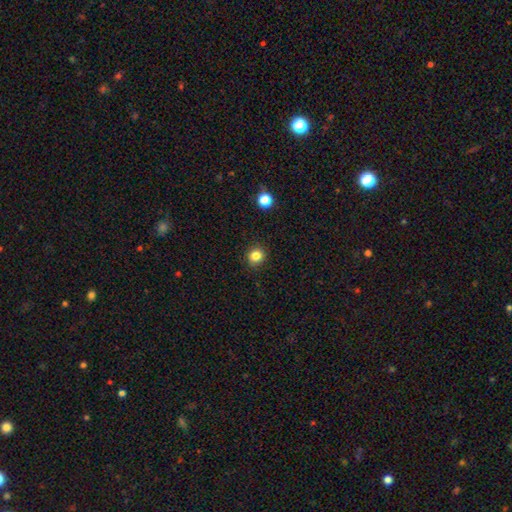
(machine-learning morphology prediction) This is clearly a smooth galaxy (83%). How rounded: clearly round (85%). Merging: clearly none (90%).